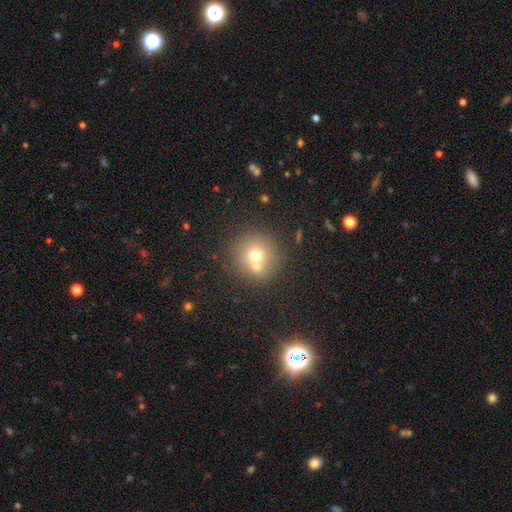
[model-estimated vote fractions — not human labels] A smooth galaxy with no disk features (66%) that is round (92%).

Vote fractions:
- Smooth or featured? smooth: 66% / featured or disk: 19% / star or artifact: 16%
- How rounded? round: 92% / in between: 7% / cigar-shaped: 1%
- Merging? none: 56% / merger: 34% / minor disturbance: 8% / major disturbance: 3%